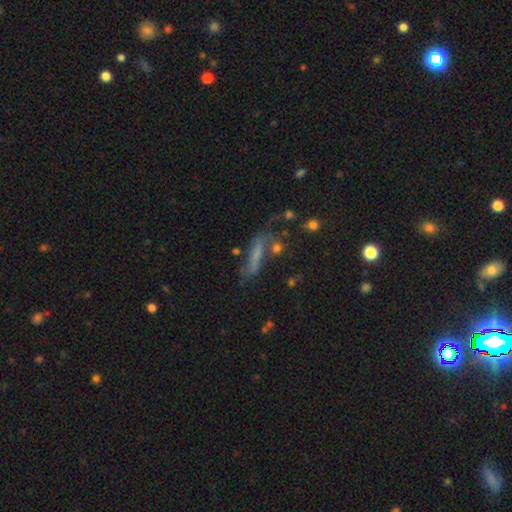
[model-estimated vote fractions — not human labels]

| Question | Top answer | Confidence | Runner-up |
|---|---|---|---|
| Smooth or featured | smooth | 49% | featured or disk (34%) |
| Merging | none | 50% | minor disturbance (23%) |